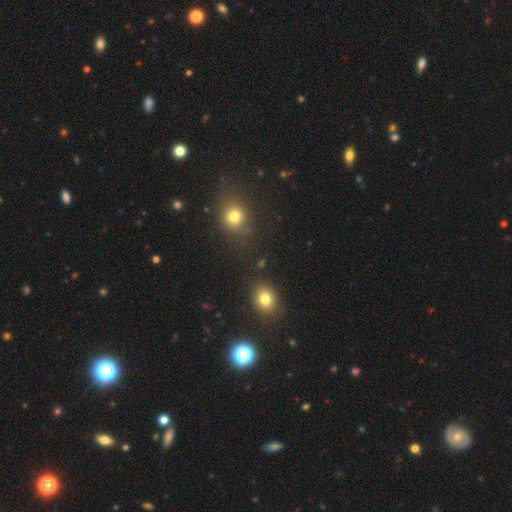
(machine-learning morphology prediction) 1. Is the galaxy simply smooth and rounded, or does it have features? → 54% smooth, 38% star or artifact, 8% featured or disk.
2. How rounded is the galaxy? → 74% round, 24% in between, 2% cigar-shaped.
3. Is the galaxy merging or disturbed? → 75% none, 10% minor disturbance, 9% merger, 5% major disturbance.